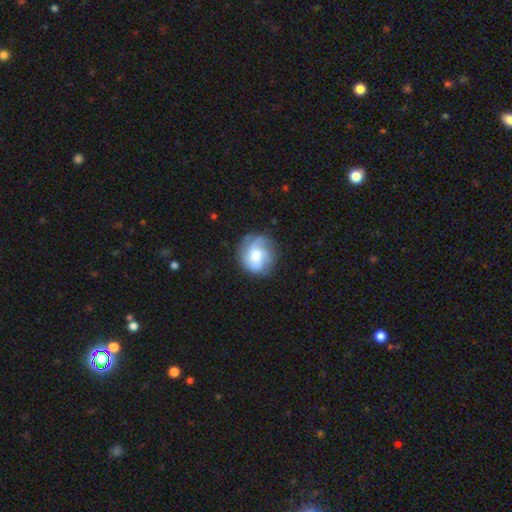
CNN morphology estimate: Smooth or featured? Predicted: featured or disk (p=0.57). Edge-on disk? Predicted: no (p=0.97). Bar? Predicted: no (p=0.67). Spiral arms? Predicted: yes (p=0.82). Bulge size? Predicted: moderate (p=0.64). Merging? Predicted: none (p=0.70).